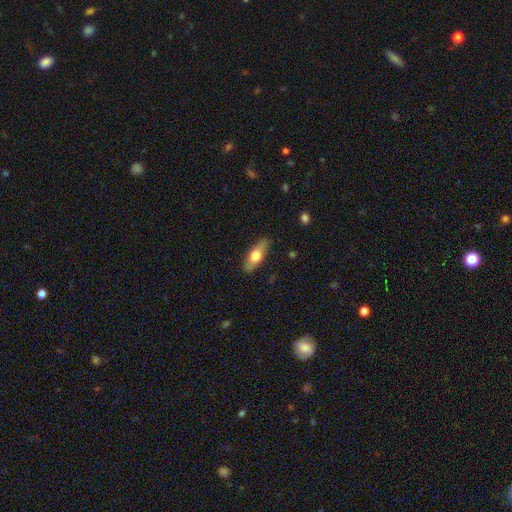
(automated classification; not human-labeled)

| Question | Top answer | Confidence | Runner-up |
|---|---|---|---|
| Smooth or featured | smooth | 59% | featured or disk (36%) |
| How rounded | in between | 62% | cigar-shaped (35%) |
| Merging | none | 86% | minor disturbance (11%) |